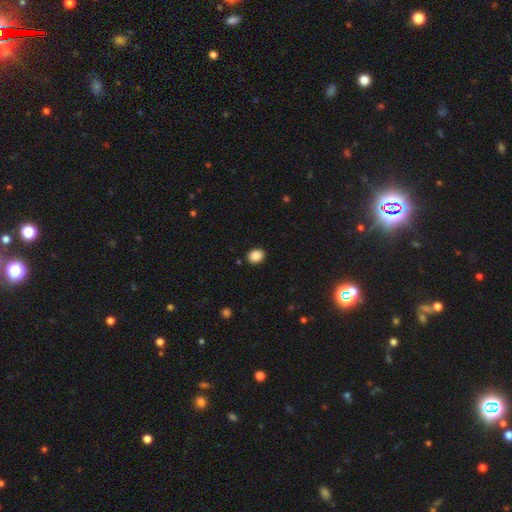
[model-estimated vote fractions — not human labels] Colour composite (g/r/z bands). It shows a smooth galaxy with no disk features (88%) that is in between round and cigar-shaped (54%). Merging: none (90%).